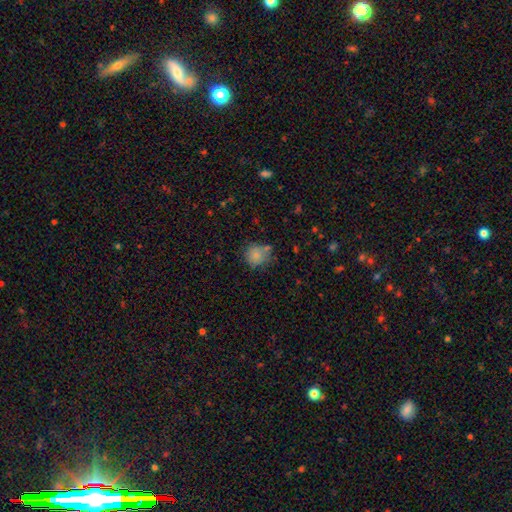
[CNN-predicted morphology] This is clearly a smooth galaxy (81%). How rounded: clearly round (86%). Merging: likely none (68%).